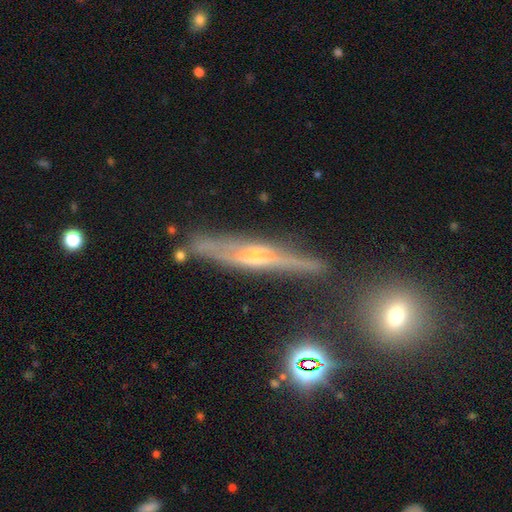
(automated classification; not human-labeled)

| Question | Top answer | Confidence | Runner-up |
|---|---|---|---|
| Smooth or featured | featured or disk | 76% | smooth (15%) |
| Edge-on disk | yes | 90% | no (10%) |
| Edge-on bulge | rounded | 79% | none (16%) |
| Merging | none | 78% | minor disturbance (14%) |